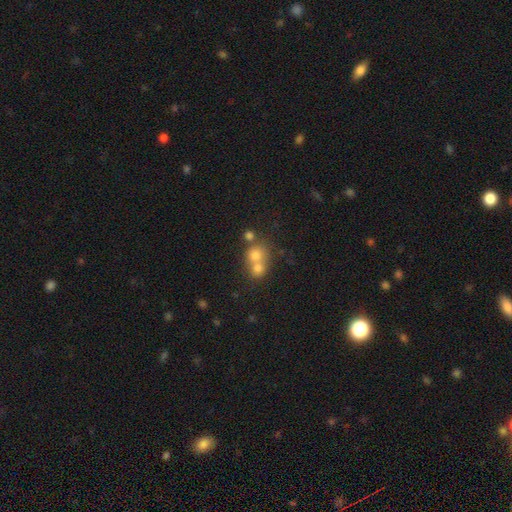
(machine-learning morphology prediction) Smooth or featured? Predicted: smooth (p=0.70). How rounded? Predicted: round (p=0.78). Merging? Predicted: merger (p=0.61).